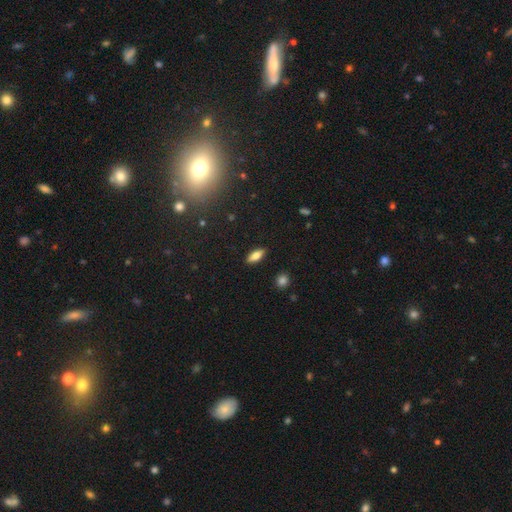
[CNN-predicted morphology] A smooth galaxy with no disk features (76%) that is in between round and cigar-shaped (74%).

Vote fractions:
- Smooth or featured? smooth: 76% / featured or disk: 16% / star or artifact: 8%
- How rounded? in between: 74% / cigar-shaped: 23% / round: 3%
- Merging? none: 89% / minor disturbance: 8% / major disturbance: 2% / merger: 1%